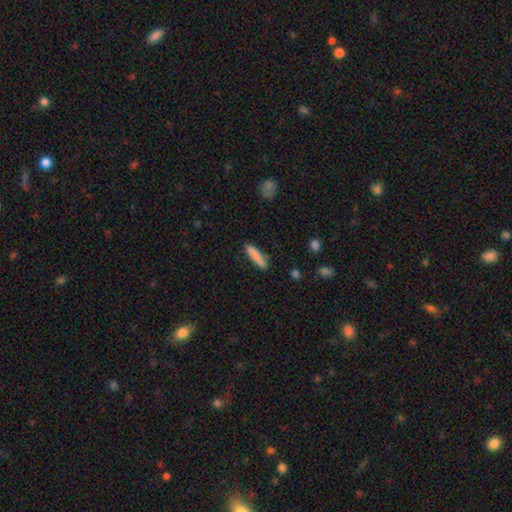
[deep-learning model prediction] A smooth galaxy with no disk features (84%) that is cigar-shaped (82%). Merging: none (85%).